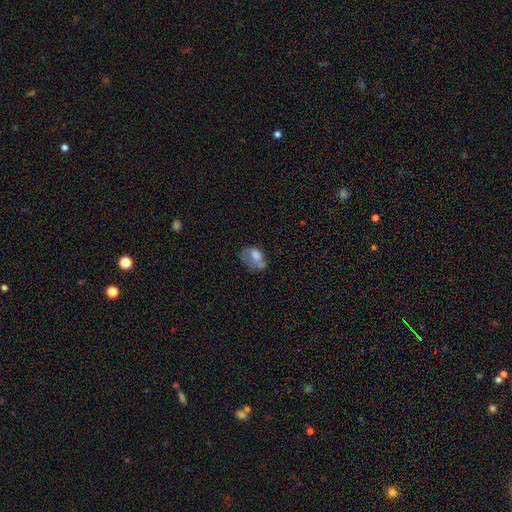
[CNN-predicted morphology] This is likely a smooth galaxy (63%). How rounded: likely in between (79%). Merging: marginally none (31%, tied with major disturbance).